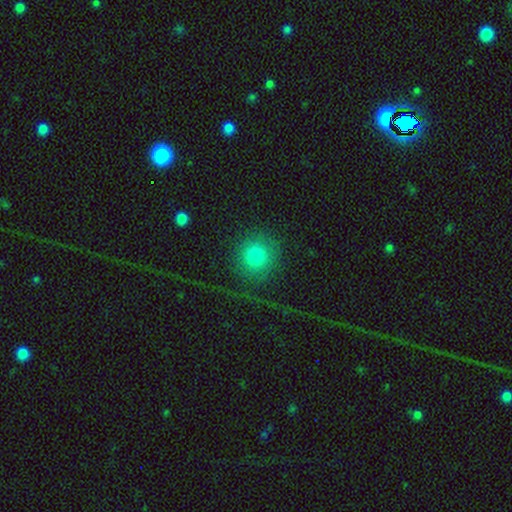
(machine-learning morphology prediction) Smooth or featured?
  - smooth: 71% *
  - featured or disk: 16%
  - star or artifact: 13%
How rounded?
  - round: 92% *
  - in between: 7%
  - cigar-shaped: 1%
Merging?
  - none: 66% *
  - major disturbance: 20%
  - minor disturbance: 11%
  - merger: 3%